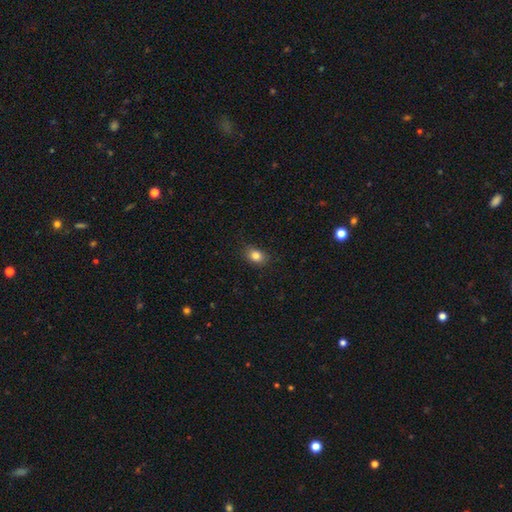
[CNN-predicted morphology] Smooth or featured? smooth (84%)
How rounded? in between (63%)
Merging? none (87%)